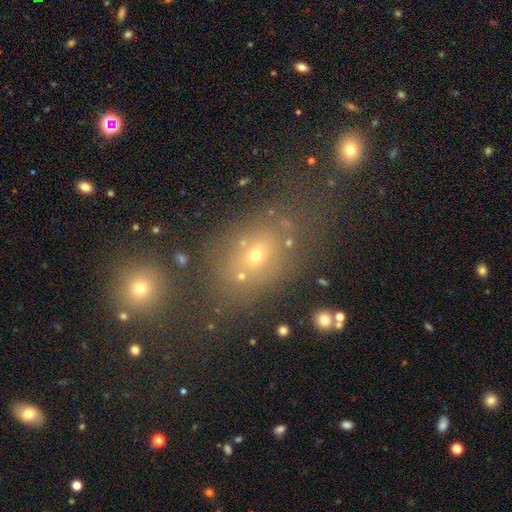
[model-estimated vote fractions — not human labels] Smooth or featured?
  - smooth: 56% *
  - star or artifact: 22%
  - featured or disk: 22%
How rounded?
  - in between: 72% *
  - round: 25%
  - cigar-shaped: 3%
Merging?
  - none: 58% *
  - minor disturbance: 17%
  - merger: 13%
  - major disturbance: 11%